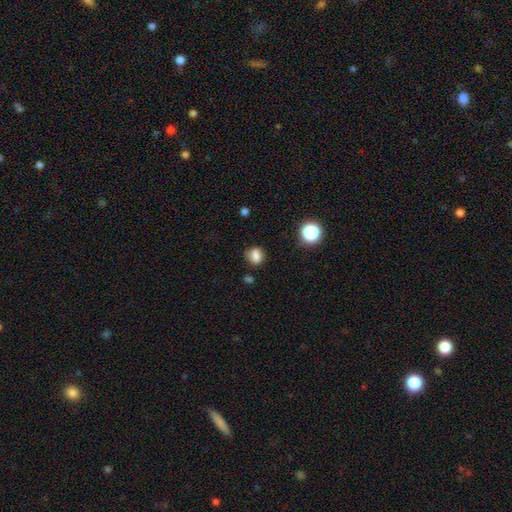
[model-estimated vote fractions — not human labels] smooth-or-featured: smooth: 78% | star or artifact: 13% | featured or disk: 9%
  how-rounded: in between: 50% | round: 48% | cigar-shaped: 2%
  merging: none: 67% | minor disturbance: 21% | major disturbance: 7% | merger: 5%